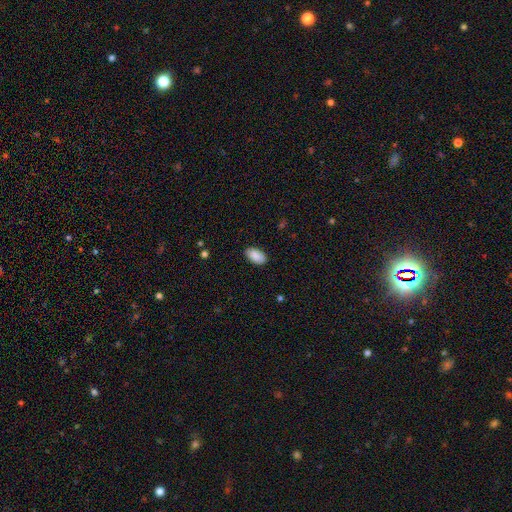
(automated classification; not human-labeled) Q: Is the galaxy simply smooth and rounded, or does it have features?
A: smooth — 89%.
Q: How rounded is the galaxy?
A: in between — 95%.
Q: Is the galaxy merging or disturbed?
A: none — 87%.